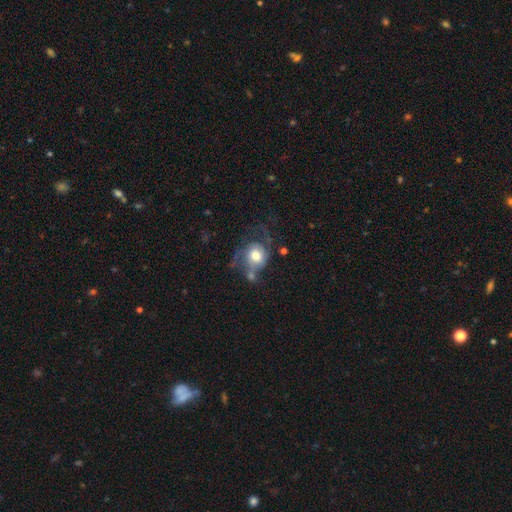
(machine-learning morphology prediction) This appears to be a featured or disk galaxy (48%). Merging: none (34%).